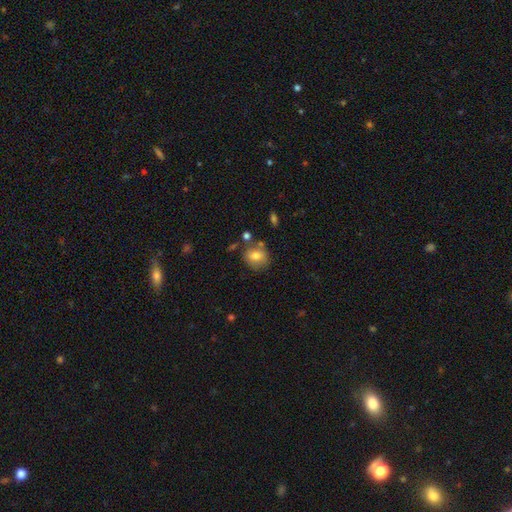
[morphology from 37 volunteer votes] Smooth or featured? 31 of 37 (84%) said smooth. How rounded? 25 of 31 (81%) said round. Merging? 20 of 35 (57%) said none.